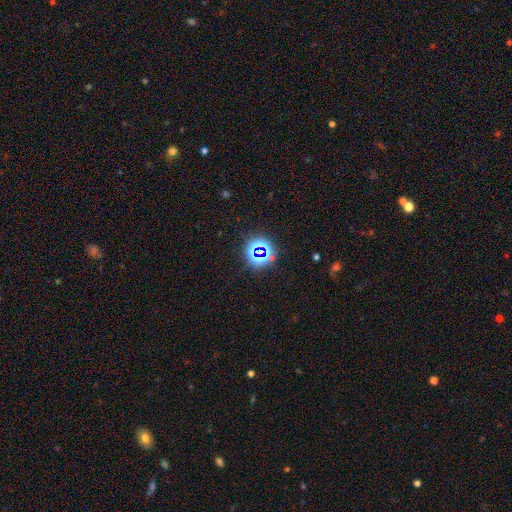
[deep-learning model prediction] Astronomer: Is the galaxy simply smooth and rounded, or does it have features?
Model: star or artifact — 72%.